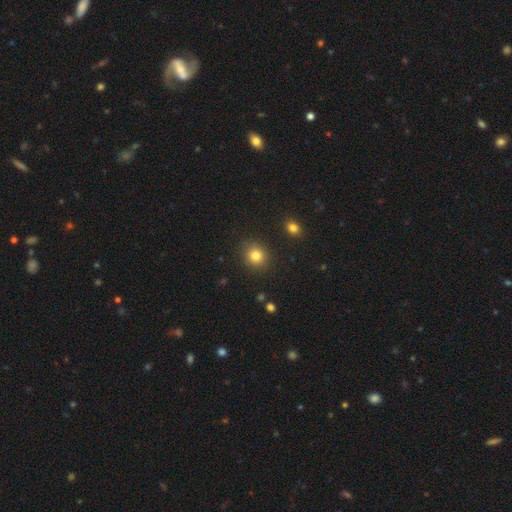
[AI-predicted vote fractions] Morphology: type=smooth (83%); roundness=round (83%); merging=none (89%).